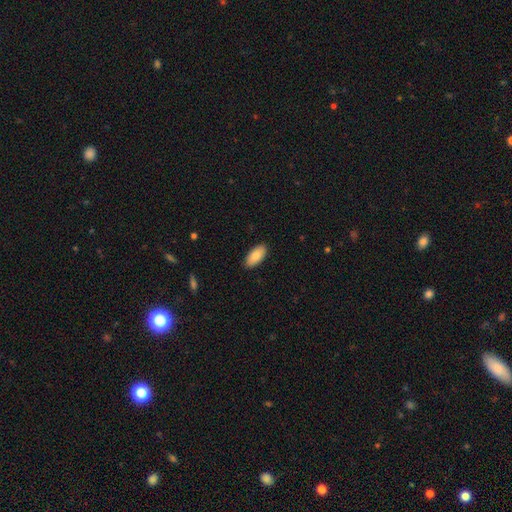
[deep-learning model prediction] The model was most divided on "smooth or featured": smooth: 86%, featured or disk: 8%, star or artifact: 6%. More confident: how rounded — in between (92%); merging — none (89%).